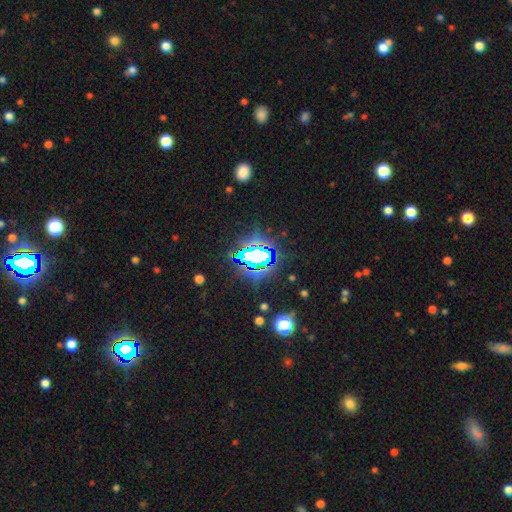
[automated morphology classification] The model was most divided on "smooth or featured": star or artifact: 65%, smooth: 19%, featured or disk: 16%.